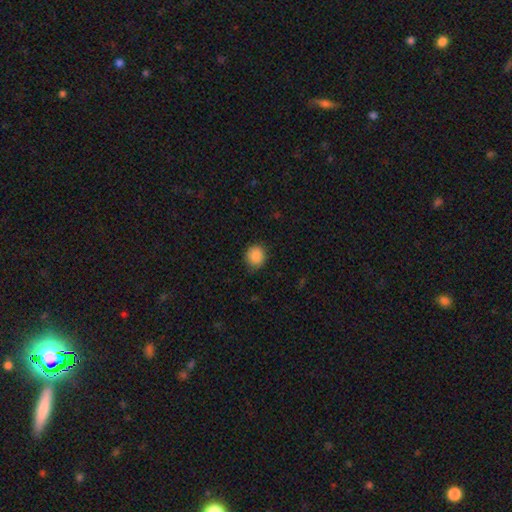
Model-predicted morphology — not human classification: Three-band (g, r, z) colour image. It shows a smooth galaxy with no disk features (87%) that is round (86%). Merging: none (82%).